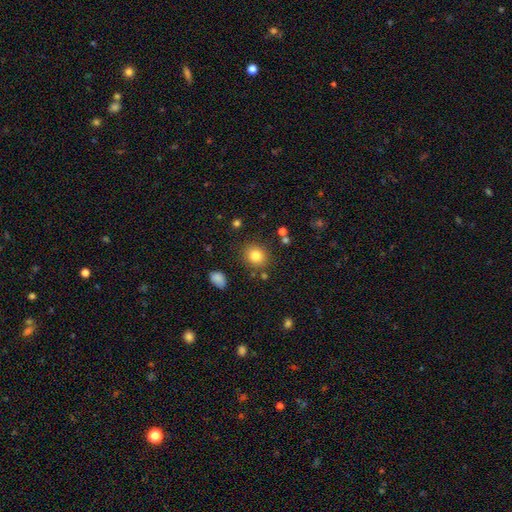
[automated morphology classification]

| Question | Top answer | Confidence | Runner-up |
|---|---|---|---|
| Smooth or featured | smooth | 81% | star or artifact (11%) |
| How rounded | round | 72% | in between (27%) |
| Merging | none | 84% | minor disturbance (10%) |